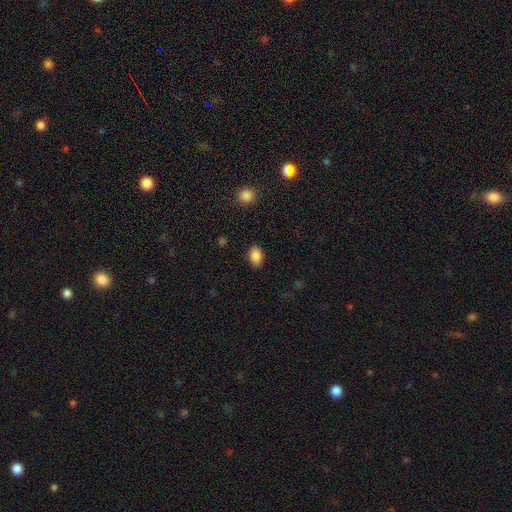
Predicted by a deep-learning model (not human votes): This appears to be a smooth galaxy with no disk features (88%) that is in between round and cigar-shaped (89%). Merging: none (86%).